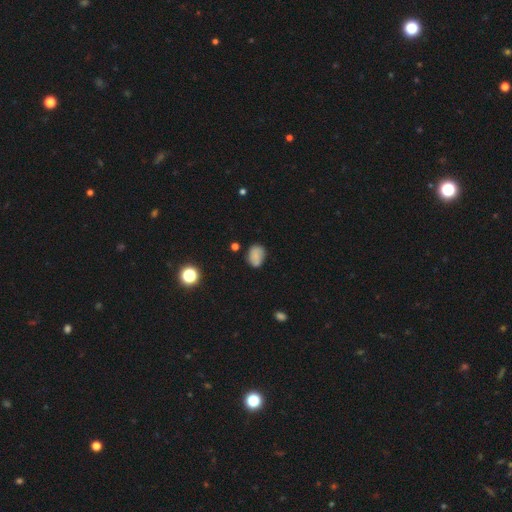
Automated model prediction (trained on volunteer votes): smooth_or_featured: smooth (p=0.73) [alt: featured or disk p=0.15]
how_rounded: in between (p=0.68) [alt: round p=0.31]
merging: none (p=0.69) [alt: minor disturbance p=0.22]